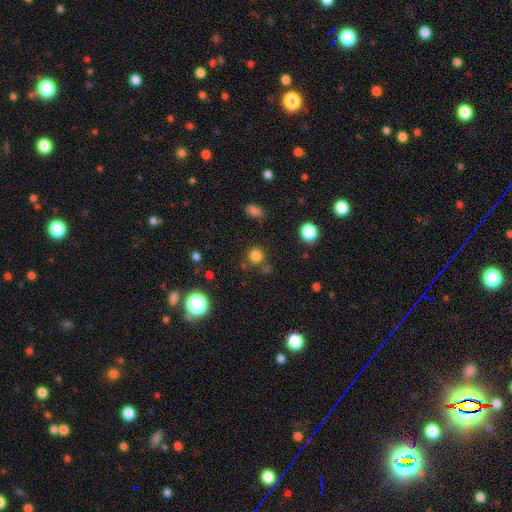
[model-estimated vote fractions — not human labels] Smooth or featured?
  - smooth: 77% *
  - star or artifact: 18%
  - featured or disk: 5%
How rounded?
  - round: 92% *
  - in between: 7%
  - cigar-shaped: 1%
Merging?
  - none: 79% *
  - minor disturbance: 9%
  - merger: 9%
  - major disturbance: 4%